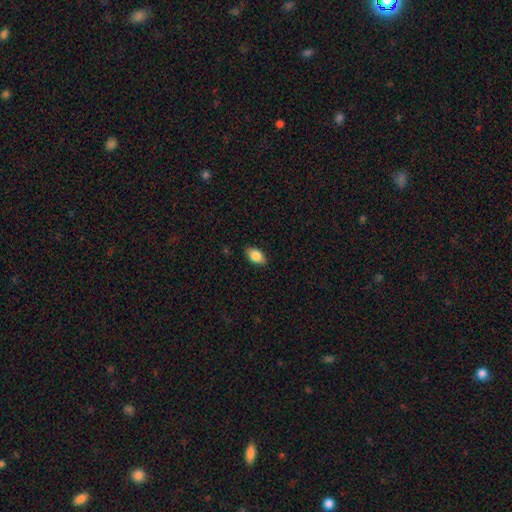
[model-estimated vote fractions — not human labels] Smooth or featured? smooth (86%)
How rounded? in between (92%)
Merging? none (87%)